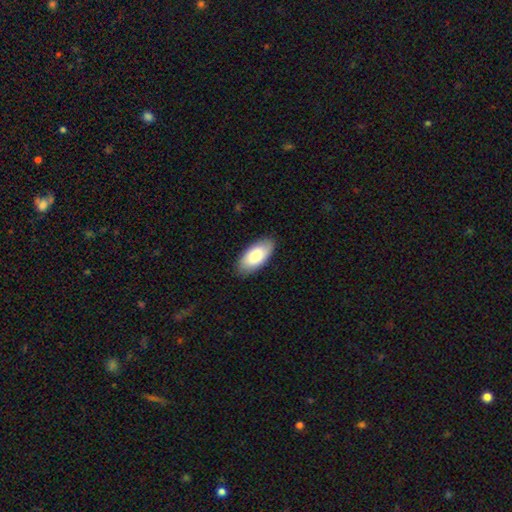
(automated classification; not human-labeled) Smooth or featured?
  - smooth: 83% *
  - featured or disk: 12%
  - star or artifact: 5%
How rounded?
  - in between: 92% *
  - cigar-shaped: 6%
  - round: 2%
Merging?
  - none: 86% *
  - minor disturbance: 11%
  - major disturbance: 2%
  - merger: 1%